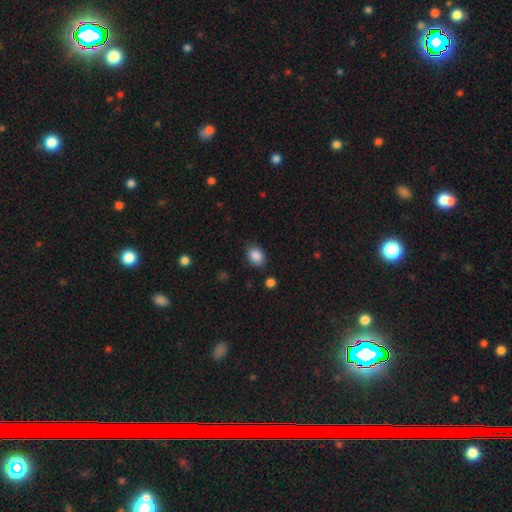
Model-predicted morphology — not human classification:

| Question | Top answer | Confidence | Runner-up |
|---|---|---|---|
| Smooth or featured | smooth | 87% | star or artifact (9%) |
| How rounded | in between | 64% | round (35%) |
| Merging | none | 82% | minor disturbance (12%) |